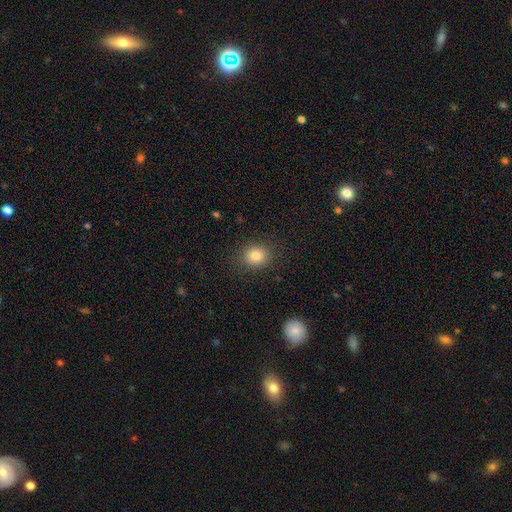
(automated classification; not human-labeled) The model was most divided on "how rounded": round: 71%, in between: 28%, cigar-shaped: 1%. More confident: merging — none (87%); smooth or featured — smooth (83%).